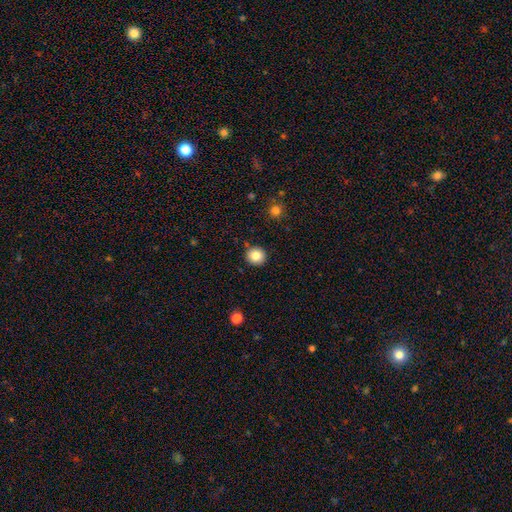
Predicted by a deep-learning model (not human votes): This is clearly a smooth galaxy (84%). How rounded: clearly round (91%). Merging: clearly none (90%).